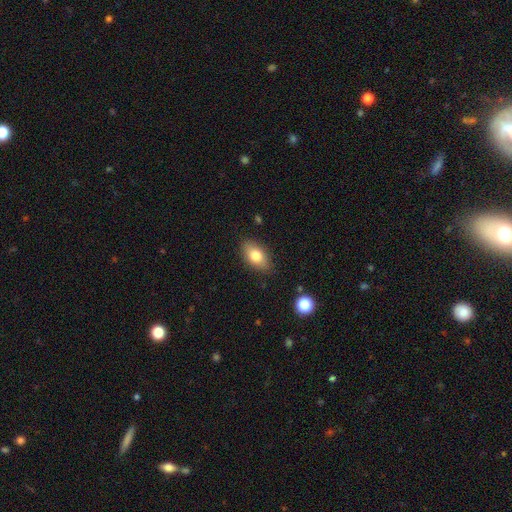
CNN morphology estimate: Smooth or featured? Predicted: smooth (p=0.78). How rounded? Predicted: in between (p=0.89). Merging? Predicted: none (p=0.85).